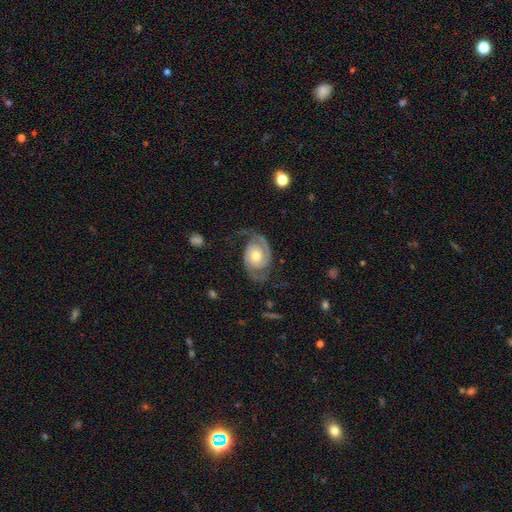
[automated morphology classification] type=featured or disk (90%); edge-on=no (98%); bar=no (69%); spiral arms=yes (98%); winding=medium (47%); arm count=2 (92%); bulge=moderate (68%); merging=none (70%).